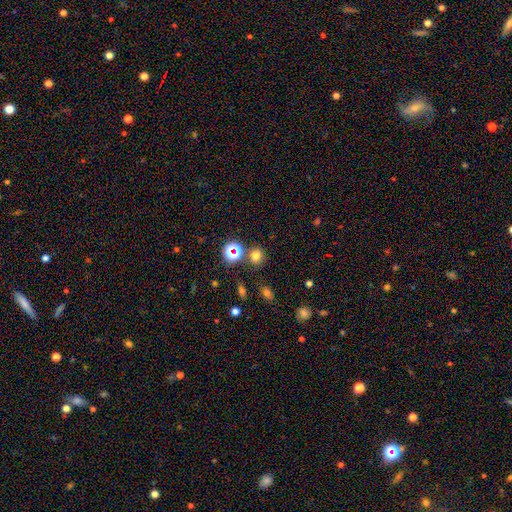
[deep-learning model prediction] A smooth galaxy with no disk features (68%) that is round (77%).

Vote fractions:
- Smooth or featured? smooth: 68% / star or artifact: 25% / featured or disk: 7%
- How rounded? round: 77% / in between: 22% / cigar-shaped: 1%
- Merging? none: 78% / minor disturbance: 9% / merger: 9% / major disturbance: 4%